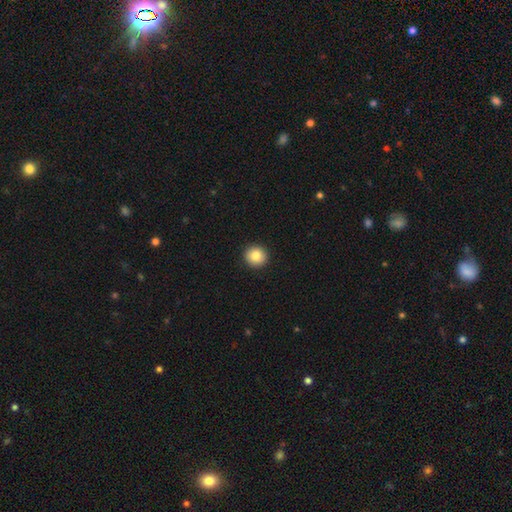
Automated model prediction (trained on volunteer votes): Smooth or featured?
  - smooth: 85% *
  - star or artifact: 9%
  - featured or disk: 7%
How rounded?
  - round: 92% *
  - in between: 7%
  - cigar-shaped: 1%
Merging?
  - none: 93% *
  - minor disturbance: 5%
  - major disturbance: 2%
  - merger: 1%